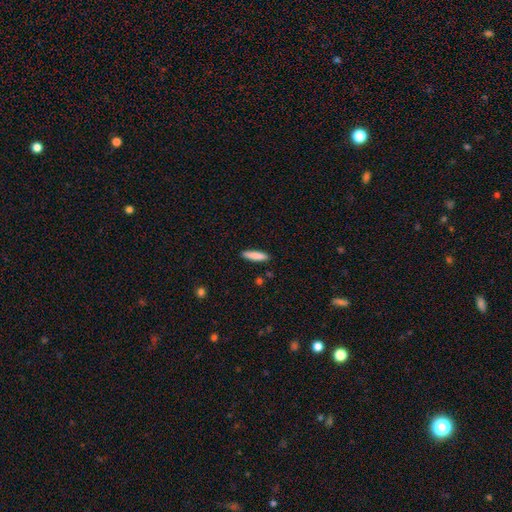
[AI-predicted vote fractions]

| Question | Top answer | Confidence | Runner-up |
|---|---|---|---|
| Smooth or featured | smooth | 85% | featured or disk (9%) |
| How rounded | cigar-shaped | 78% | in between (21%) |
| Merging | none | 88% | minor disturbance (8%) |